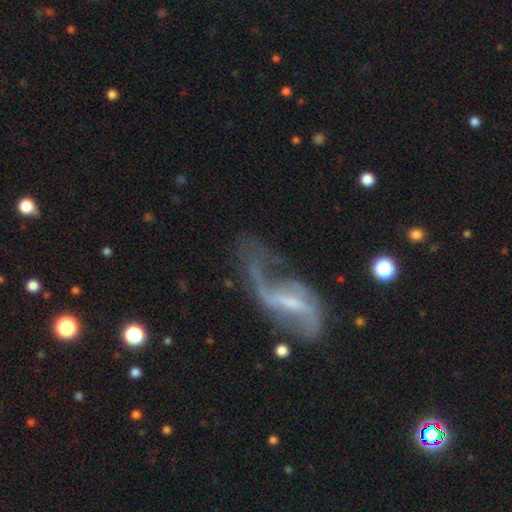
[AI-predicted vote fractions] featured or disk 82%, smooth 10%, star or artifact 8%. Down the decision tree: edge-on disk — no (93%); bar — weak (47%); spiral arms — yes (88%); spiral arm count — 2 (73%); spiral winding — loose (76%); bulge size — small (57%); merging — none (38%).